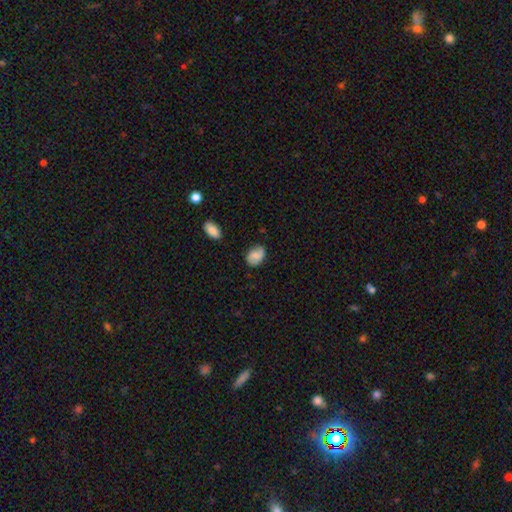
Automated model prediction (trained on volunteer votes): A smooth galaxy with no disk features (67%) that is in between round and cigar-shaped (73%). Merging: none (73%).